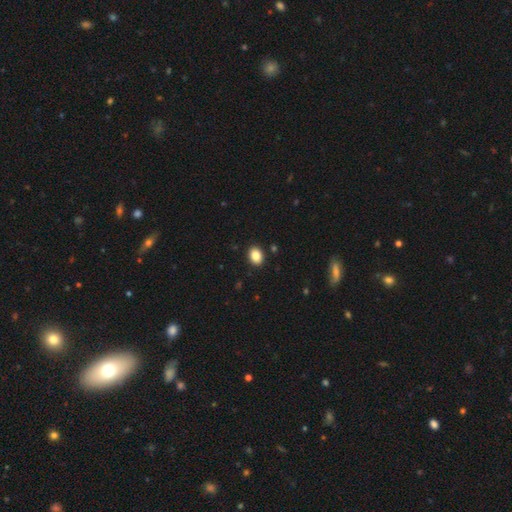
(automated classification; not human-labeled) The model was most divided on "how rounded": in between: 64%, round: 35%, cigar-shaped: 1%. More confident: merging — none (91%); smooth or featured — smooth (86%).